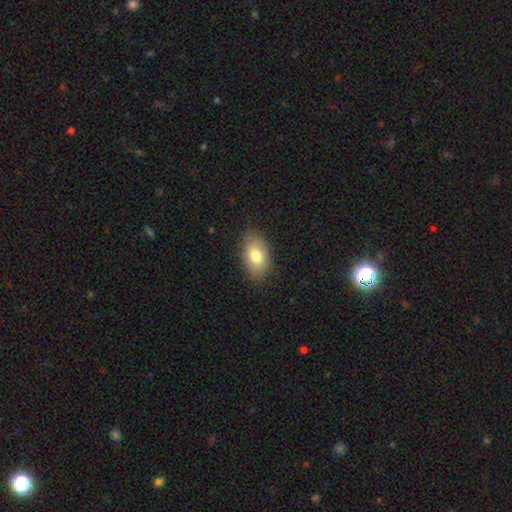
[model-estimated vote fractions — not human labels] A smooth galaxy with no disk features (79%) that is in between round and cigar-shaped (91%).

Vote fractions:
- Smooth or featured? smooth: 79% / featured or disk: 13% / star or artifact: 8%
- How rounded? in between: 91% / round: 7% / cigar-shaped: 2%
- Merging? none: 85% / minor disturbance: 12% / major disturbance: 3% / merger: 1%